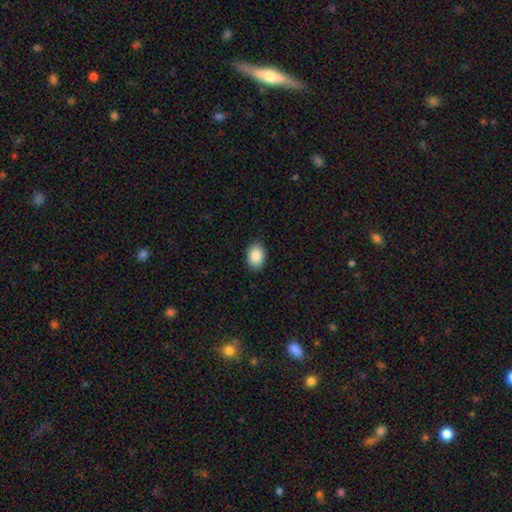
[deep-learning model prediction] Smooth or featured? smooth (86%)
How rounded? in between (83%)
Merging? none (90%)